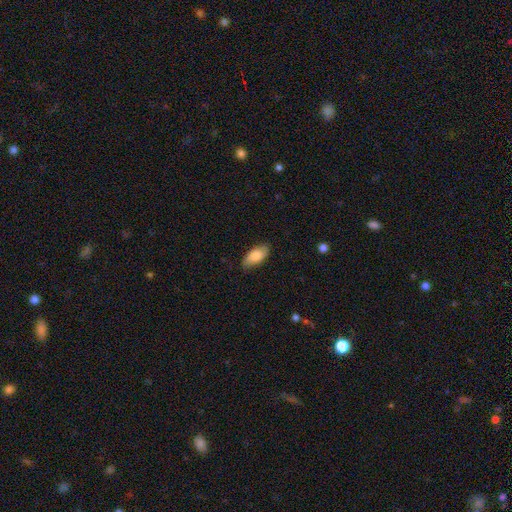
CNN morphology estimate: The model was most divided on "smooth or featured": smooth: 78%, featured or disk: 16%, star or artifact: 6%. More confident: how rounded — in between (90%); merging — none (80%).